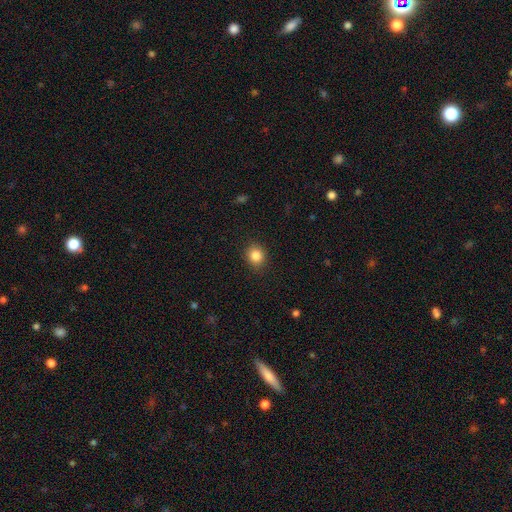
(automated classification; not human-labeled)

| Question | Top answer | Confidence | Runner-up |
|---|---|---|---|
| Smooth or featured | smooth | 85% | star or artifact (10%) |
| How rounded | round | 77% | in between (22%) |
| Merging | none | 89% | minor disturbance (7%) |